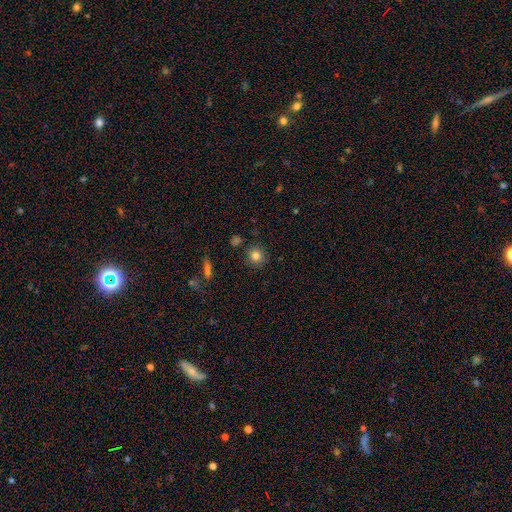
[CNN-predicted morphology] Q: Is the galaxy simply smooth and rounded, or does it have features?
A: smooth — 81%.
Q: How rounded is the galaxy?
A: round — 90%.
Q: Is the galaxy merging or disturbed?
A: none — 86%.